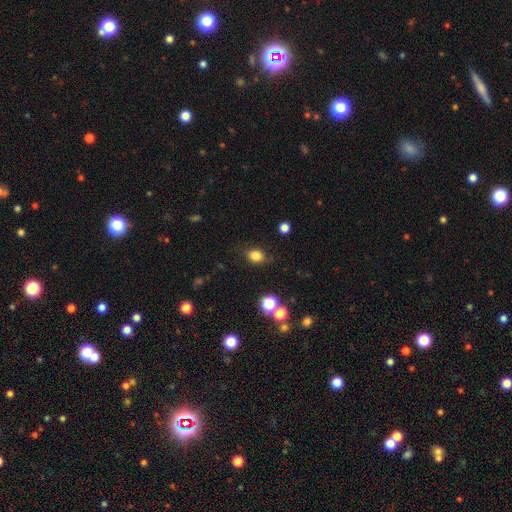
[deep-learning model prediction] A smooth galaxy with no disk features (81%) that is in between round and cigar-shaped (52%).

Vote fractions:
- Smooth or featured? smooth: 81% / star or artifact: 12% / featured or disk: 6%
- How rounded? in between: 52% / round: 47% / cigar-shaped: 1%
- Merging? none: 78% / minor disturbance: 15% / major disturbance: 4% / merger: 2%